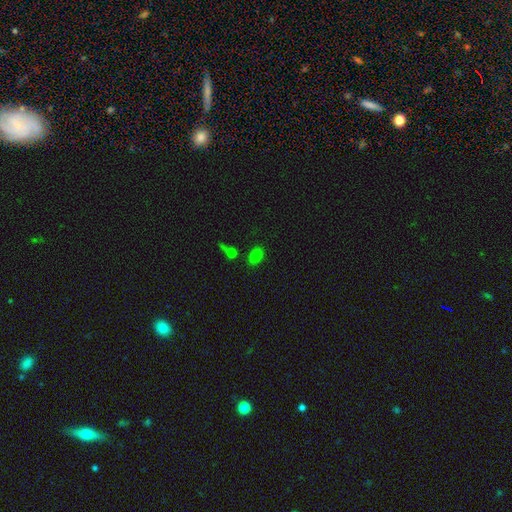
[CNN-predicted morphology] The model was most divided on "how rounded": in between: 79%, round: 19%, cigar-shaped: 2%. More confident: smooth or featured — smooth (78%); merging — none (75%).